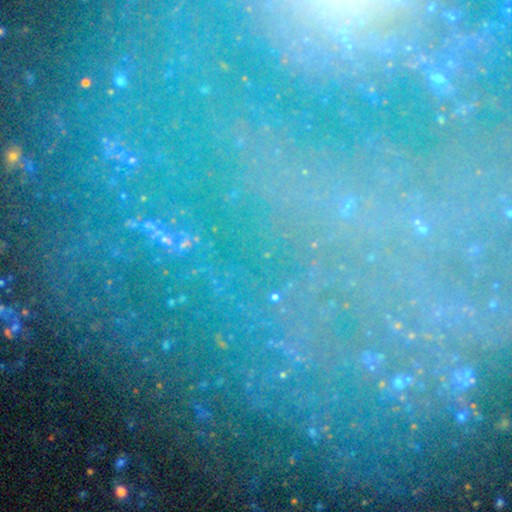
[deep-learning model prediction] Smooth or featured: star or artifact — 77% (featured or disk — 12%)